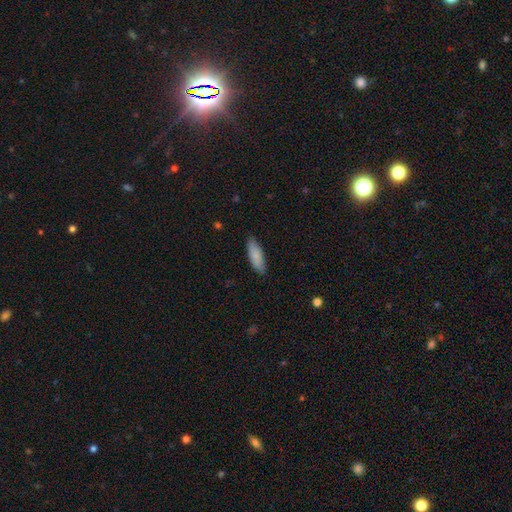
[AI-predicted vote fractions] Smooth or featured?
  - smooth: 85% *
  - featured or disk: 9%
  - star or artifact: 6%
How rounded?
  - in between: 59% *
  - cigar-shaped: 39%
  - round: 2%
Merging?
  - none: 85% *
  - minor disturbance: 12%
  - major disturbance: 2%
  - merger: 1%